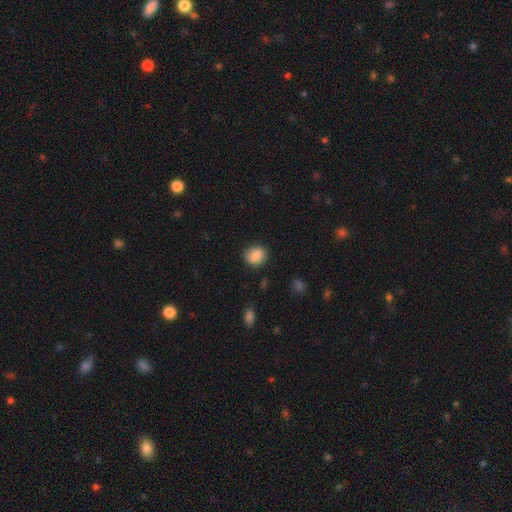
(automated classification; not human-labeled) Smooth or featured? Predicted: smooth (p=0.85). How rounded? Predicted: round (p=0.60). Merging? Predicted: none (p=0.84).